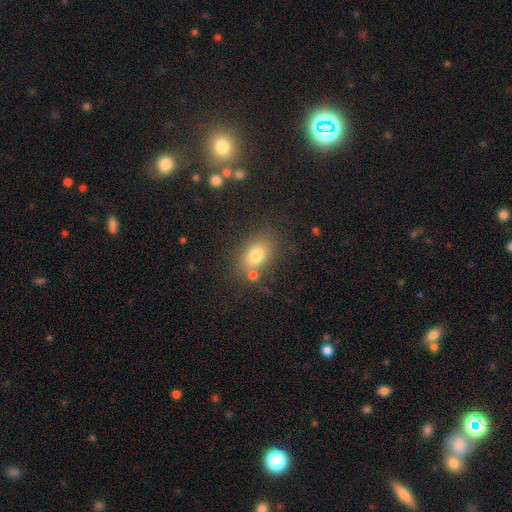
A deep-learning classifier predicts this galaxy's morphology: A smooth galaxy with no disk features (77%) that is in between round and cigar-shaped (79%). Merging: none (70%).